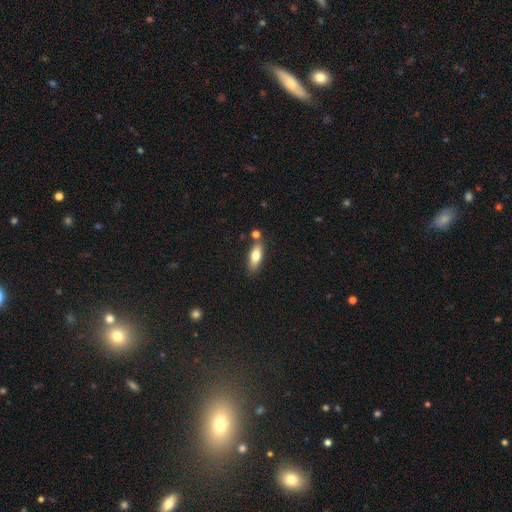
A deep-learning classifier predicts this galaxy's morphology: smooth-or-featured: smooth: 73% | featured or disk: 20% | star or artifact: 7%
  how-rounded: in between: 68% | cigar-shaped: 29% | round: 3%
  merging: none: 74% | minor disturbance: 13% | merger: 10% | major disturbance: 3%